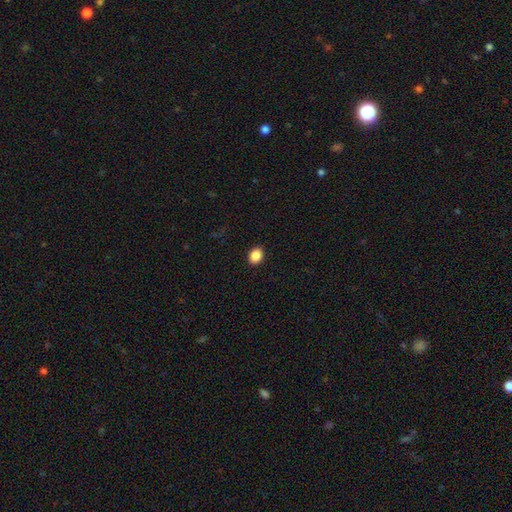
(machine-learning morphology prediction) Smooth or featured? smooth (88%)
How rounded? in between (56%)
Merging? none (91%)